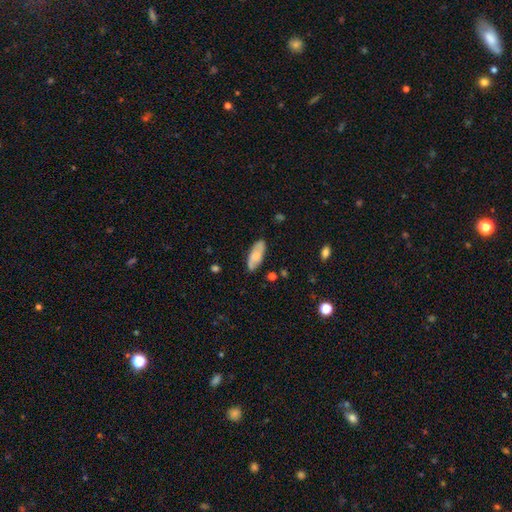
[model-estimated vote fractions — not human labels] smooth 60%, featured or disk 34%, star or artifact 7%. Down the decision tree: how rounded — in between (76%); merging — none (81%).